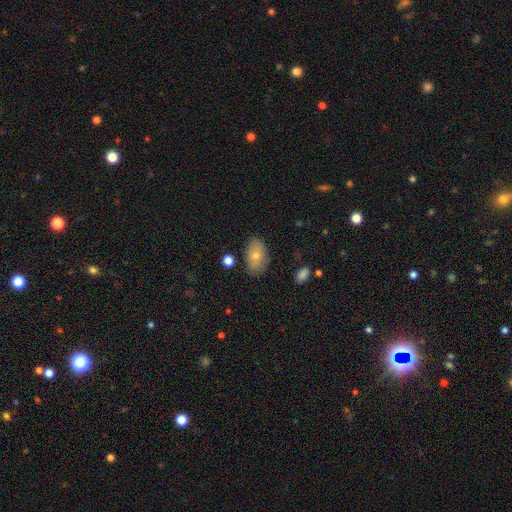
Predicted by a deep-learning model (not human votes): Smooth or featured: smooth — 73% (featured or disk — 20%)
How rounded: in between — 90% (round — 8%)
Merging: none — 79% (minor disturbance — 15%)